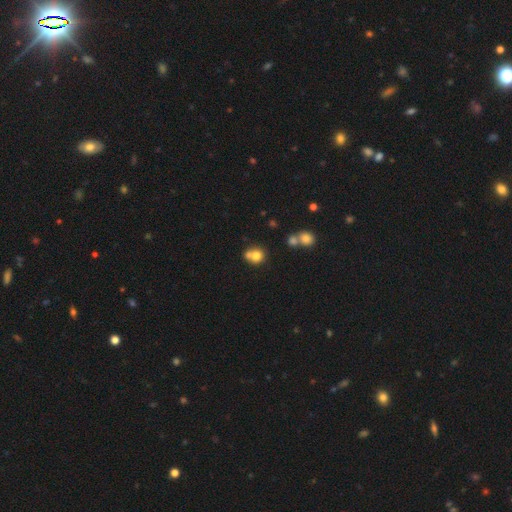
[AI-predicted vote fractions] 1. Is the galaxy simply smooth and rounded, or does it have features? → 76% smooth, 13% featured or disk, 11% star or artifact.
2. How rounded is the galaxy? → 80% round, 19% in between, 1% cigar-shaped.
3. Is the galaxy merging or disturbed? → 45% none, 41% merger, 10% minor disturbance, 4% major disturbance.